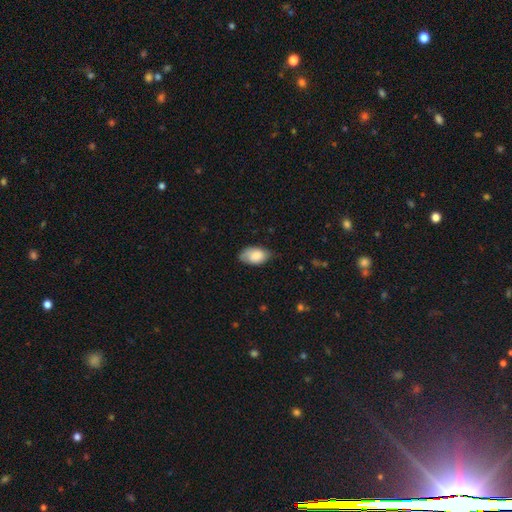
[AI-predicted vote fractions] A smooth galaxy with no disk features (82%) that is in between round and cigar-shaped (94%). Merging: none (66%).